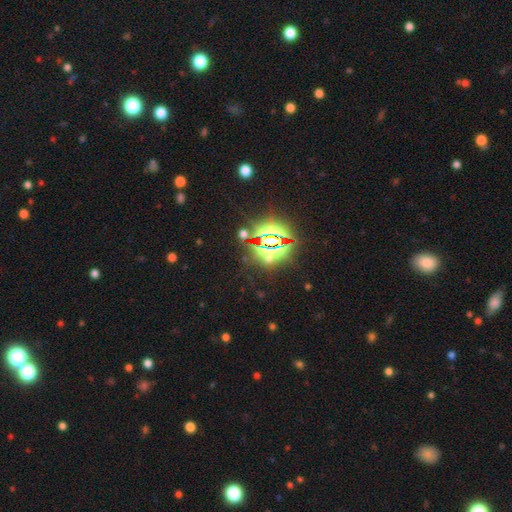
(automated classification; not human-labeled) Smooth or featured? star or artifact (84%)